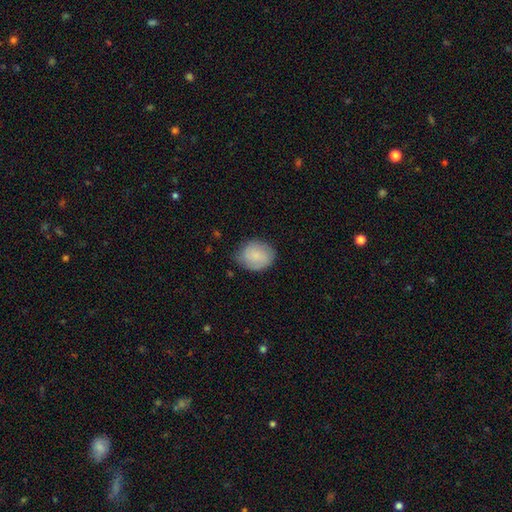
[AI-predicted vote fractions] Q: Smooth or featured?
A: smooth (70%); runner-up: featured or disk (24%)
Q: How rounded?
A: round (54%); runner-up: in between (45%)
Q: Merging?
A: none (69%); runner-up: minor disturbance (25%)